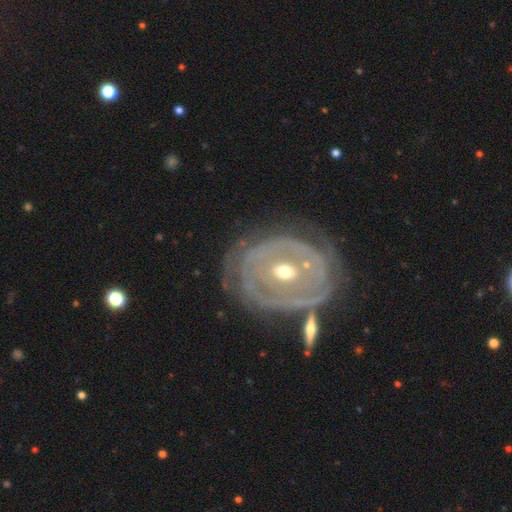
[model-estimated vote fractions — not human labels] Q: Smooth or featured?
A: featured or disk (84%); runner-up: smooth (10%)
Q: Edge-on disk?
A: no (95%); runner-up: yes (5%)
Q: Bar?
A: no (48%); runner-up: weak (34%)
Q: Spiral arms?
A: yes (74%); runner-up: no (26%)
Q: Spiral winding?
A: tight (77%); runner-up: medium (17%)
Q: Spiral arm count?
A: can't tell (49%); runner-up: 2 (21%)
Q: Bulge size?
A: moderate (54%); runner-up: small (42%)
Q: Merging?
A: none (60%); runner-up: minor disturbance (20%)